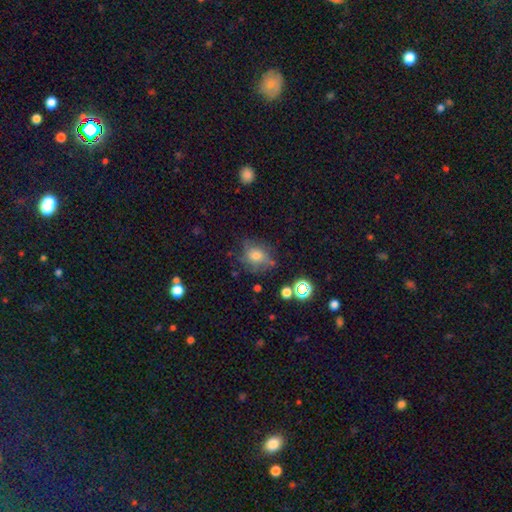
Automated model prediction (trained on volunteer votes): A smooth galaxy with no disk features (51%) that is round (67%). Merging: none (59%).